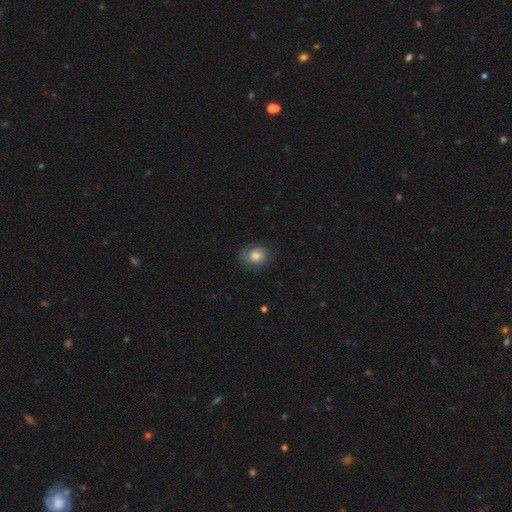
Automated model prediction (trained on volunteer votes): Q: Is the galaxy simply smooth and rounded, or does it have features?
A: smooth — 72%.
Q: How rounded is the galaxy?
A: round — 61%.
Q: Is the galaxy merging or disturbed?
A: none — 71%.